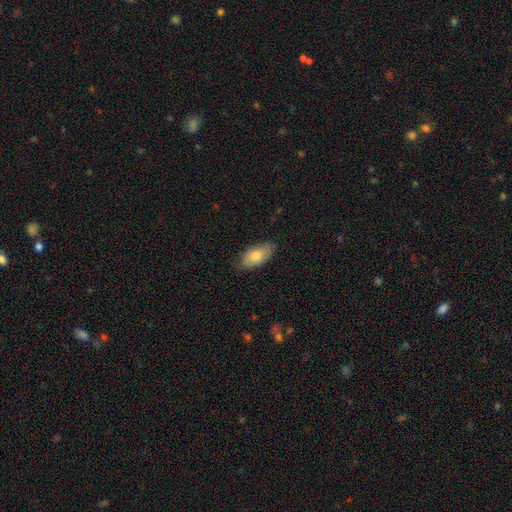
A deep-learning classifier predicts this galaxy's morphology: This is likely a smooth galaxy (78%). How rounded: clearly in between (91%). Merging: clearly none (81%).